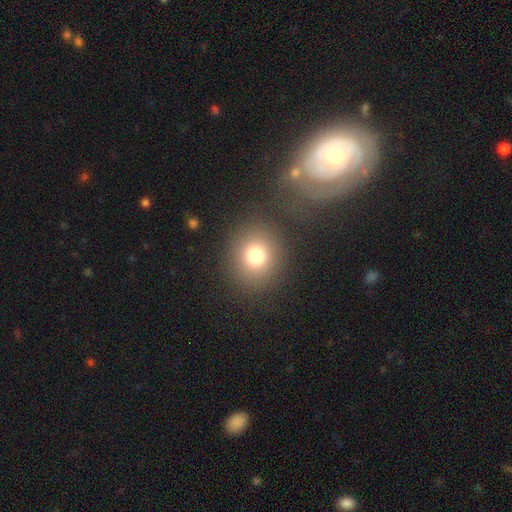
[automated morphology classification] smooth 77%, star or artifact 14%, featured or disk 9%. Down the decision tree: how rounded — round (81%); merging — none (83%).